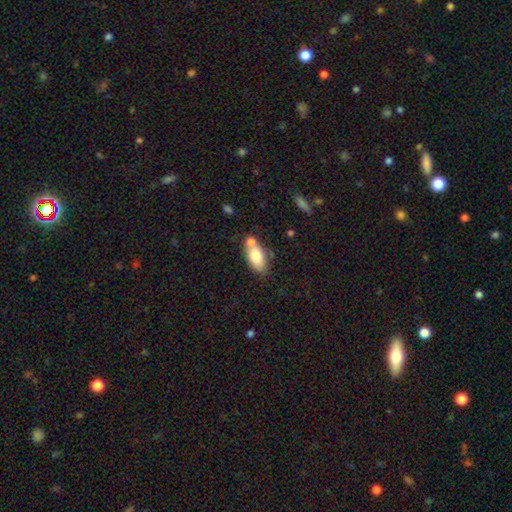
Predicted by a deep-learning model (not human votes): smooth-or-featured: smooth: 77% | featured or disk: 16% | star or artifact: 7%
  how-rounded: in between: 88% | cigar-shaped: 8% | round: 4%
  merging: none: 51% | merger: 28% | minor disturbance: 16% | major disturbance: 5%